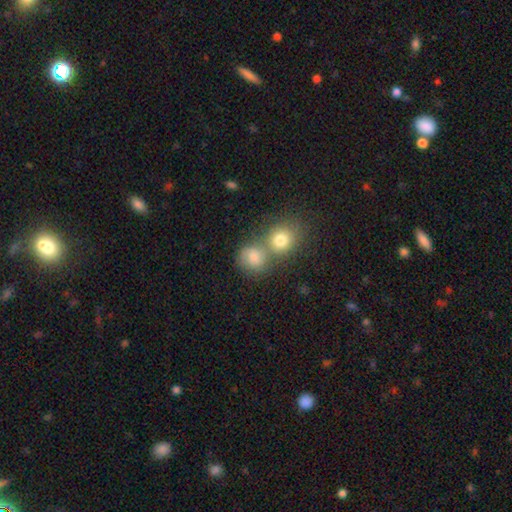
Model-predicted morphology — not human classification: The model was most divided on "merging": merger: 47%, none: 41%, minor disturbance: 9%, major disturbance: 4%. More confident: how rounded — round (76%); smooth or featured — smooth (72%).